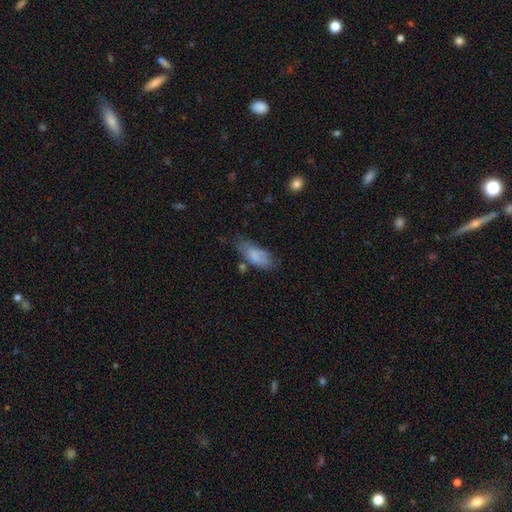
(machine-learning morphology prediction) smooth 74%, featured or disk 18%, star or artifact 9%. Down the decision tree: how rounded — in between (82%); merging — none (46%).